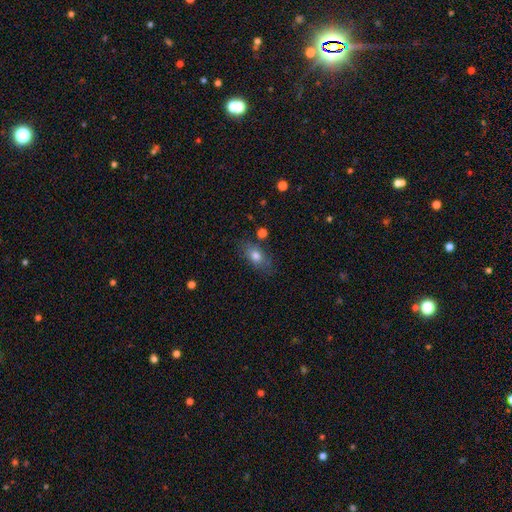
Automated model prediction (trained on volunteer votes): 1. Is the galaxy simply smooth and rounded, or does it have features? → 77% smooth, 15% featured or disk, 9% star or artifact.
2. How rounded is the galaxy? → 82% in between, 12% round, 6% cigar-shaped.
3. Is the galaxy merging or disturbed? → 74% none, 17% minor disturbance, 5% major disturbance, 4% merger.